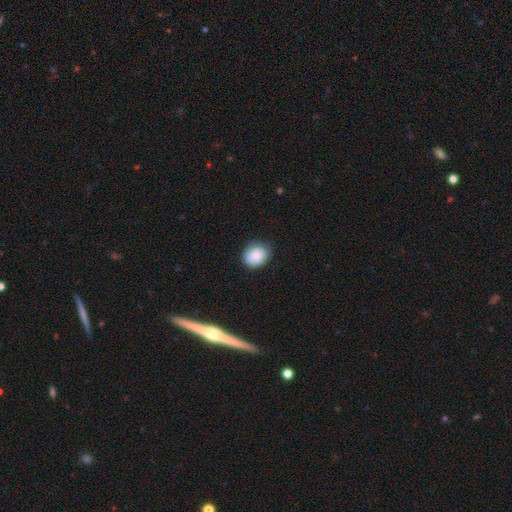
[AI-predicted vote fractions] Overall: smooth (87%). How rounded: round (61%; in between 38%). Merging: none (78%).